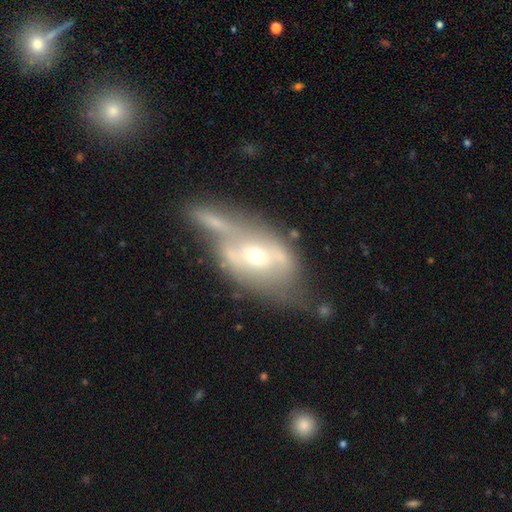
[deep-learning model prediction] featured or disk 69%, smooth 24%, star or artifact 7%. Down the decision tree: edge-on disk — no (88%); bar — no (52%); spiral arms — yes (56%); bulge size — small (48%); merging — none (32%).